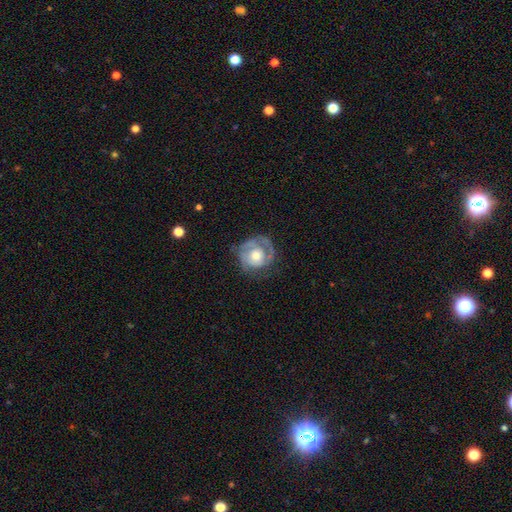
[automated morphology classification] A featured or disk galaxy (70%) with no bar (78%), 2 (35%) tight (58%) spiral arms (82%) and a moderate central bulge (64%).

Vote fractions:
- Smooth or featured? featured or disk: 70% / smooth: 24% / star or artifact: 6%
- Edge-on disk? no: 98% / yes: 2%
- Bar? no: 78% / weak: 18% / strong: 3%
- Spiral arms? yes: 82% / no: 18%
- Spiral winding? tight: 58% / medium: 30% / loose: 12%
- Spiral arm count? 2: 35% / can't tell: 25% / 1: 24% / 3: 11% / 4: 3% / more than 4: 3%
- Bulge size? moderate: 64% / large: 16% / small: 16% / none: 2% / dominant: 2%
- Merging? none: 61% / minor disturbance: 22% / major disturbance: 15% / merger: 2%